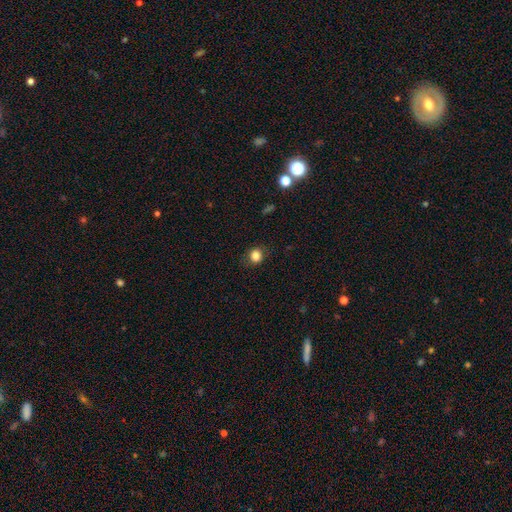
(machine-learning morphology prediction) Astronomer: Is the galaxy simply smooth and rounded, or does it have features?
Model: smooth — 83%.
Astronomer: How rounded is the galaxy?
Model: round — 73%.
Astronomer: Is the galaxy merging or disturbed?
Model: none — 83%.